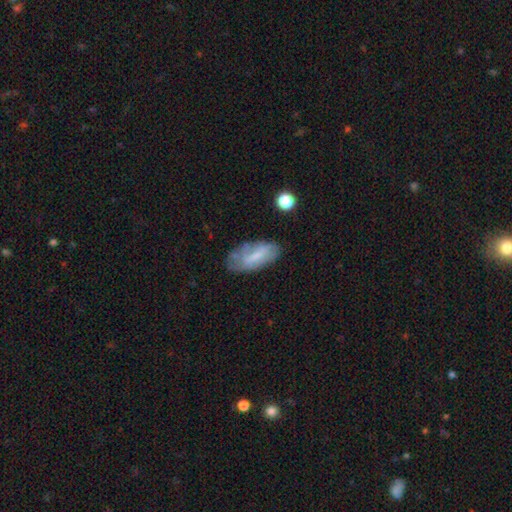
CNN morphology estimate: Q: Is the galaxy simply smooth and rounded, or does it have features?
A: smooth — 51%.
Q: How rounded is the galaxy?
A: in between — 86%.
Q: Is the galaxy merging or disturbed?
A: none — 59%.